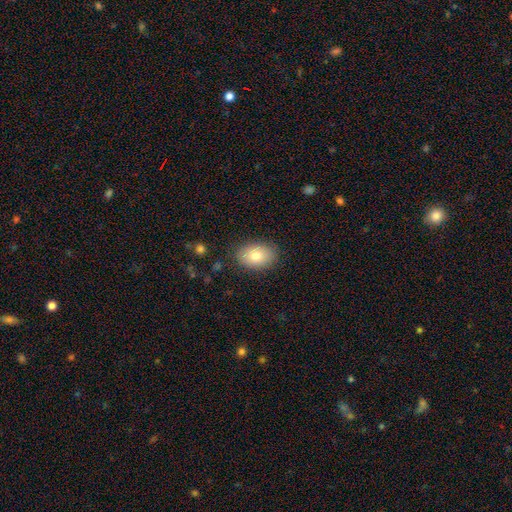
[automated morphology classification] The model was most divided on "how rounded": in between: 81%, round: 18%, cigar-shaped: 1%. More confident: merging — none (84%); smooth or featured — smooth (79%).